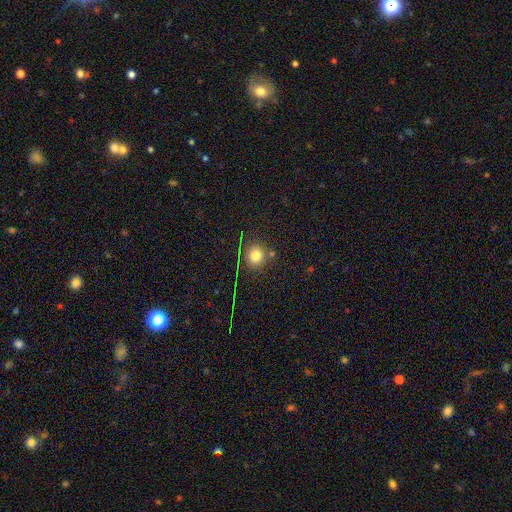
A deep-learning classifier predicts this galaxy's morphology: This is likely a smooth galaxy (75%). How rounded: clearly round (91%). Merging: likely none (78%).